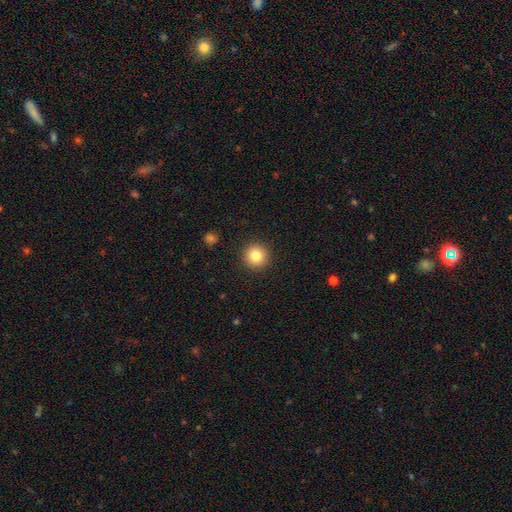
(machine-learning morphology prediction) Smooth or featured? Predicted: smooth (p=0.83). How rounded? Predicted: round (p=0.95). Merging? Predicted: none (p=0.92).